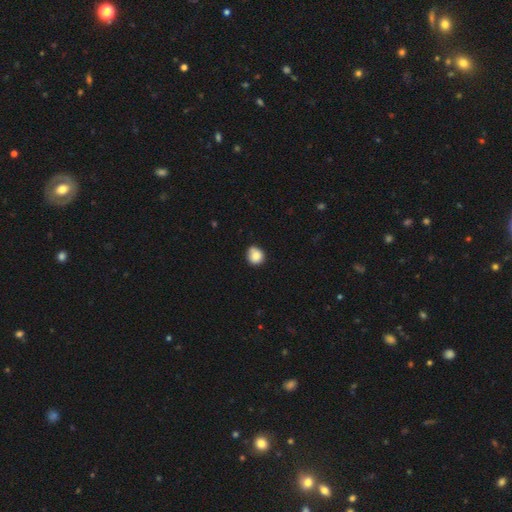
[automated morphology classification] Q: Smooth or featured?
A: smooth (82%); runner-up: star or artifact (9%)
Q: How rounded?
A: round (86%); runner-up: in between (13%)
Q: Merging?
A: none (72%); runner-up: minor disturbance (21%)